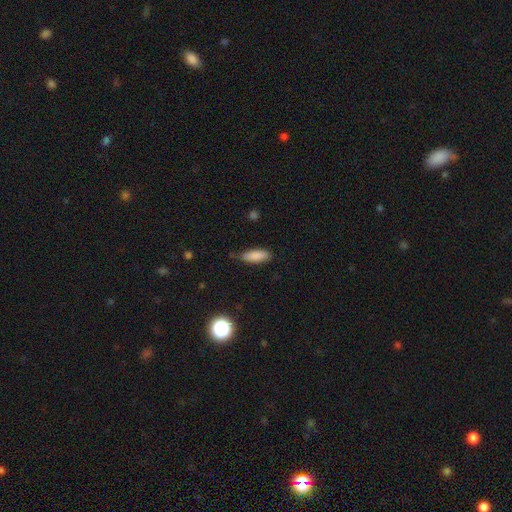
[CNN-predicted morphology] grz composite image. It shows a smooth galaxy with no disk features (86%) that is in between round and cigar-shaped (59%). Merging: none (75%).